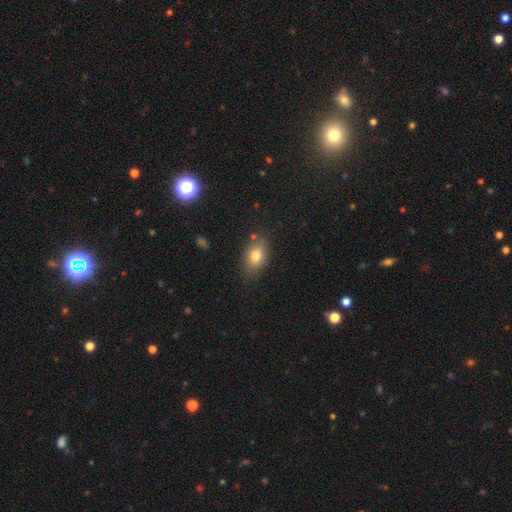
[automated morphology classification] A smooth galaxy with no disk features (77%) that is in between round and cigar-shaped (84%). Merging: none (77%).